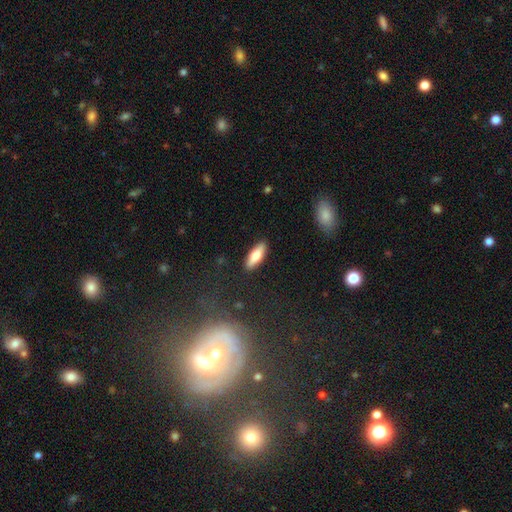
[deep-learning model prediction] Morphology: type=smooth (72%); roundness=in between (55%); merging=none (89%).